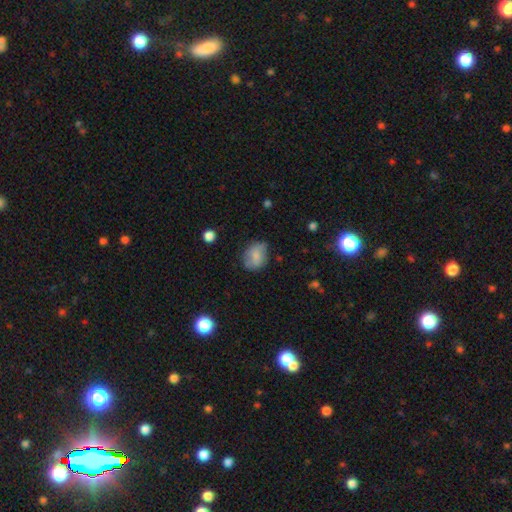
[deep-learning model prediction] smooth-or-featured: smooth: 70% | featured or disk: 22% | star or artifact: 8%
  how-rounded: in between: 56% | round: 43% | cigar-shaped: 1%
  merging: none: 64% | minor disturbance: 27% | major disturbance: 7% | merger: 2%